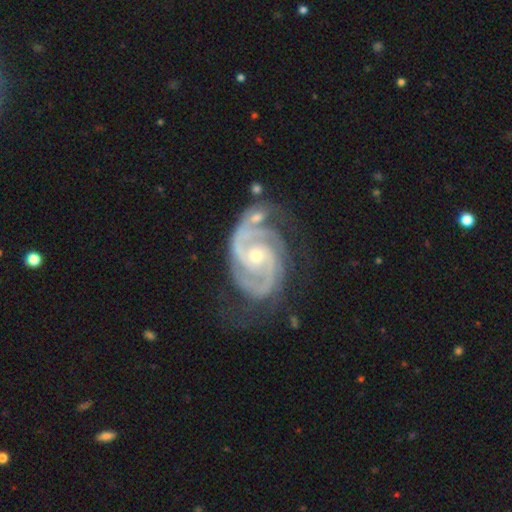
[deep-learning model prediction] The model was most divided on "bulge size": small: 51%, moderate: 46%, large: 1%, none: 1%, dominant: 1%. More confident: spiral arms — yes (99%); edge-on disk — no (98%); smooth or featured — featured or disk (93%); spiral arm count — 2 (75%); merging — none (60%); spiral winding — tight (58%); bar — no (58%).